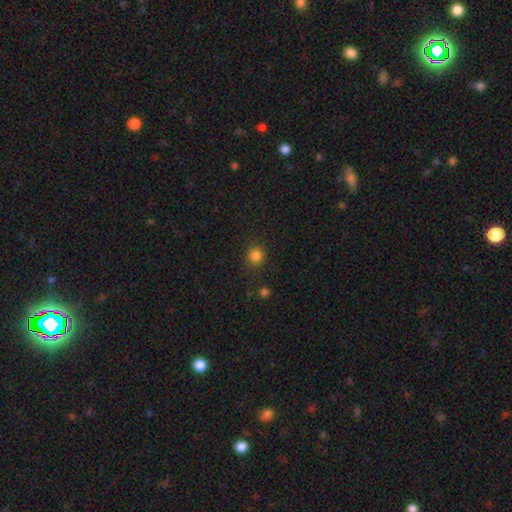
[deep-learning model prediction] smooth 82%, star or artifact 14%, featured or disk 4%. Down the decision tree: how rounded — round (90%); merging — none (85%).